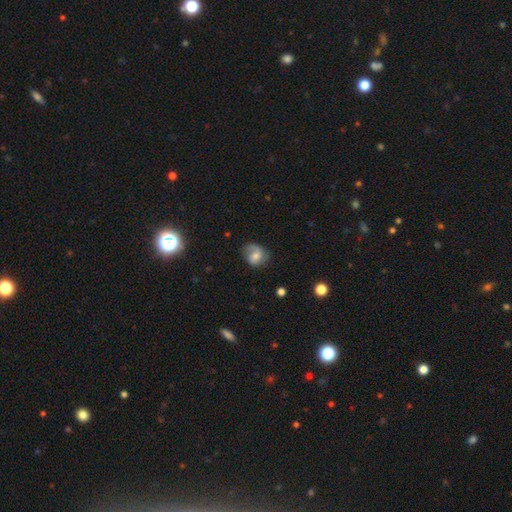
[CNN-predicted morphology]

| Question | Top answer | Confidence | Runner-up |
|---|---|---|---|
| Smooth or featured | smooth | 49% | featured or disk (42%) |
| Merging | none | 61% | minor disturbance (26%) |